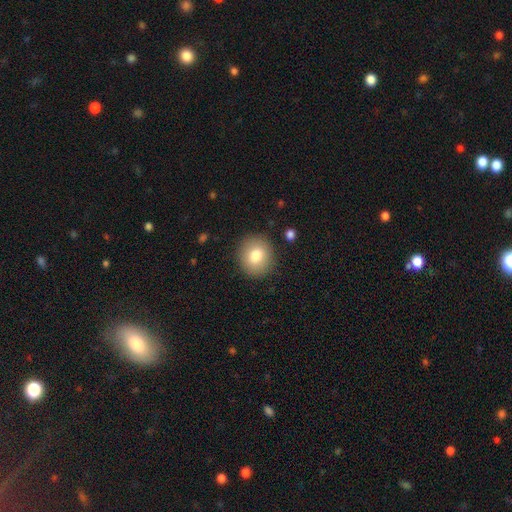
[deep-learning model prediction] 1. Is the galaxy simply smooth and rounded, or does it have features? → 78% smooth, 12% featured or disk, 9% star or artifact.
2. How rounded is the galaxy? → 83% round, 16% in between, 1% cigar-shaped.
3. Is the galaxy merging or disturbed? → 88% none, 8% minor disturbance, 3% major disturbance, 1% merger.